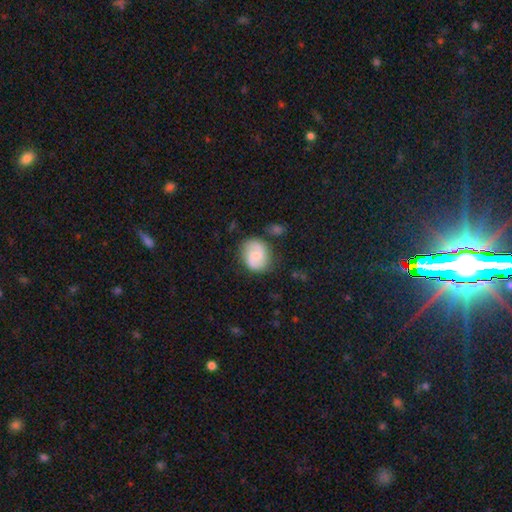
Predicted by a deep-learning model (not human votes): The model was most divided on "smooth or featured": featured or disk: 49%, smooth: 44%, star or artifact: 8%. More confident: merging — none (74%).